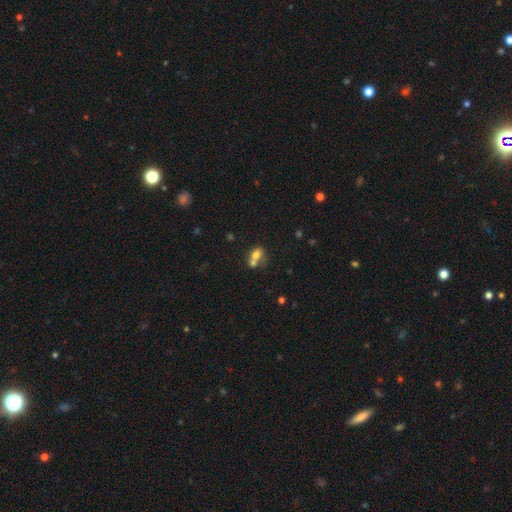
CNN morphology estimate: This is likely a smooth galaxy (70%). How rounded: likely in between (63%). Merging: possibly merger (60%).